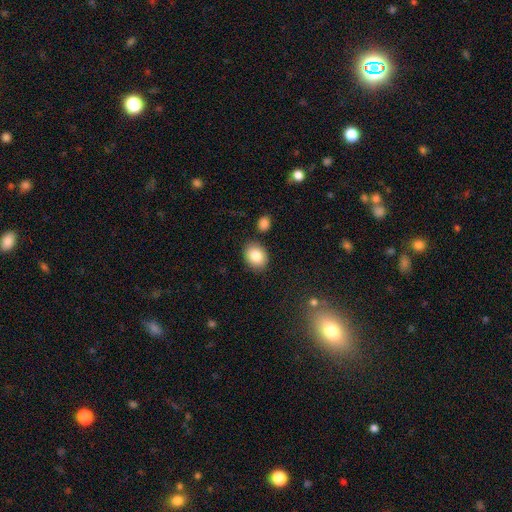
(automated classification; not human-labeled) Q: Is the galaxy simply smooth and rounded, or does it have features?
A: smooth — 84%.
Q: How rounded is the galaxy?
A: in between — 60%.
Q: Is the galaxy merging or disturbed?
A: none — 85%.